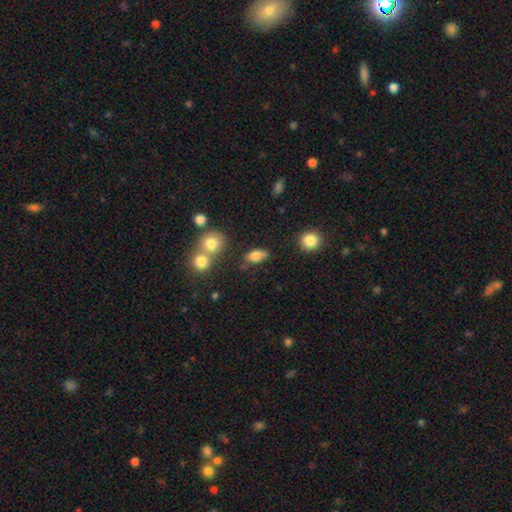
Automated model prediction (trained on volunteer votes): Overall: smooth (80%). How rounded: in between (84%). Merging: none (72%).